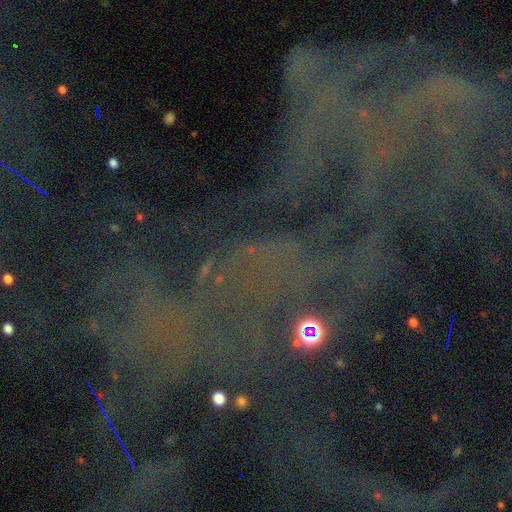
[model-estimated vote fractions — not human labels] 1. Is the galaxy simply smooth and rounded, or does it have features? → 74% star or artifact, 14% featured or disk, 12% smooth.